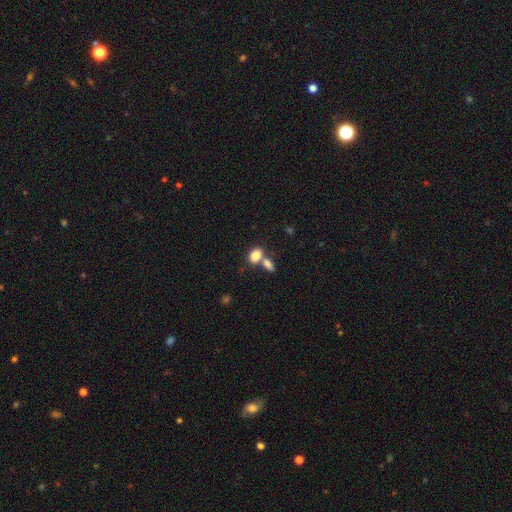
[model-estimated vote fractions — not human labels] Smooth or featured? smooth (84%)
How rounded? in between (76%)
Merging? merger (46%)